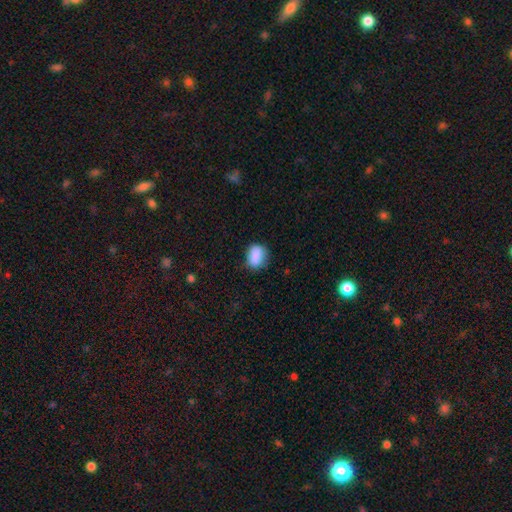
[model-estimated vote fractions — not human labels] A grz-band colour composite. It shows a smooth galaxy with no disk features (86%) that is in between round and cigar-shaped (71%). Merging: none (69%).